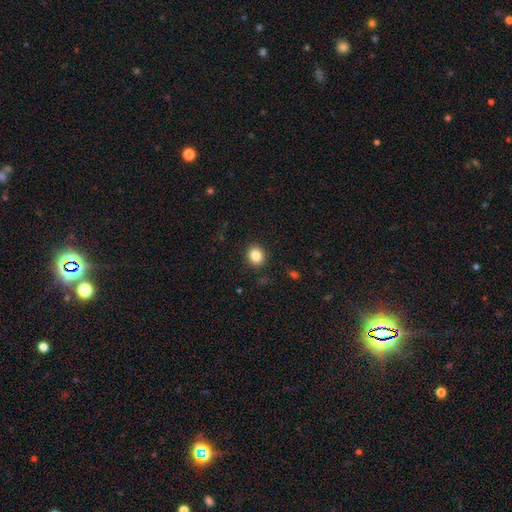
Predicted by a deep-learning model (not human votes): smooth 84%, star or artifact 10%, featured or disk 6%. Down the decision tree: how rounded — round (77%); merging — none (91%).